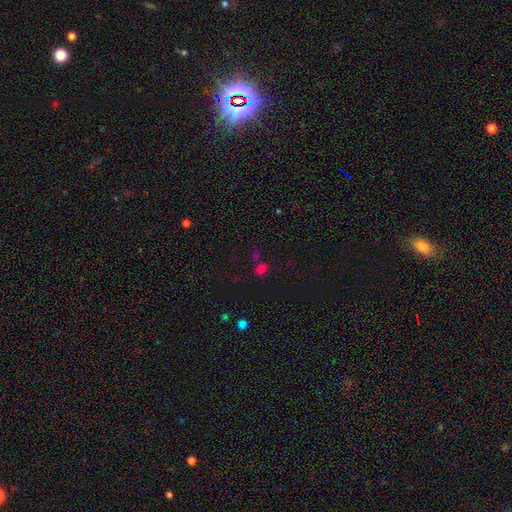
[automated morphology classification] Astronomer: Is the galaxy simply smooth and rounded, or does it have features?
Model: smooth — 57% (runner-up: star or artifact, 36%).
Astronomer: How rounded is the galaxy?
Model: in between — 51% (runner-up: round, 47%).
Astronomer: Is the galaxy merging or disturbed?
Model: none — 61%.